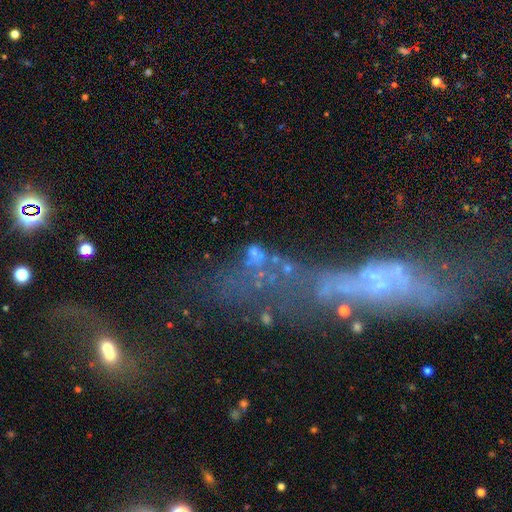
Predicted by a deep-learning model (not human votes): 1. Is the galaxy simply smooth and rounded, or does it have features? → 37% featured or disk, 34% star or artifact, 30% smooth.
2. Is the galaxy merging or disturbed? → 32% merger, 29% major disturbance, 26% none, 12% minor disturbance.